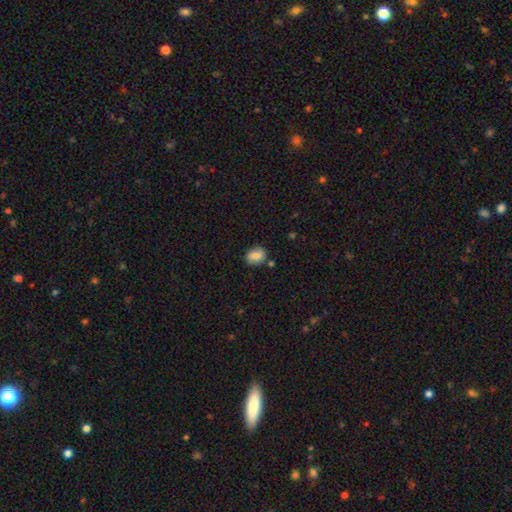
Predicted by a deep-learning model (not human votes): Smooth or featured? Predicted: smooth (p=0.75). How rounded? Predicted: in between (p=0.51). Merging? Predicted: none (p=0.80).